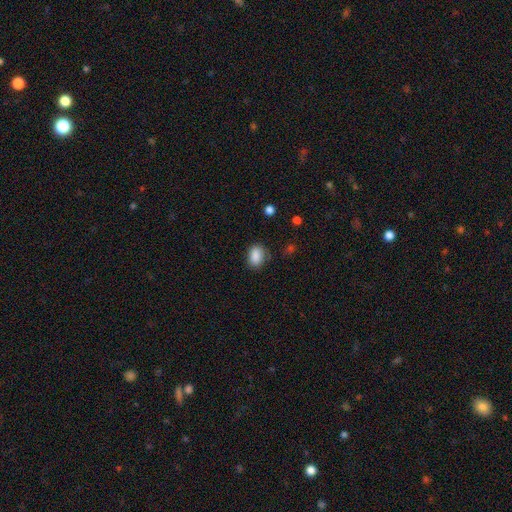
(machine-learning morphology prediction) Smooth or featured? smooth (88%)
How rounded? in between (78%)
Merging? none (75%)